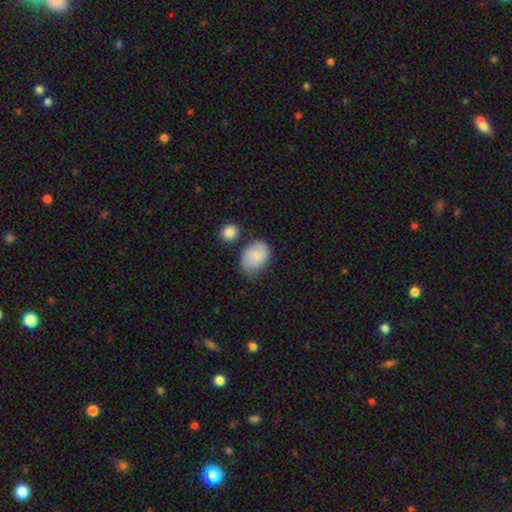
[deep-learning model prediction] Smooth or featured? smooth (55%)
How rounded? in between (69%)
Merging? none (60%)